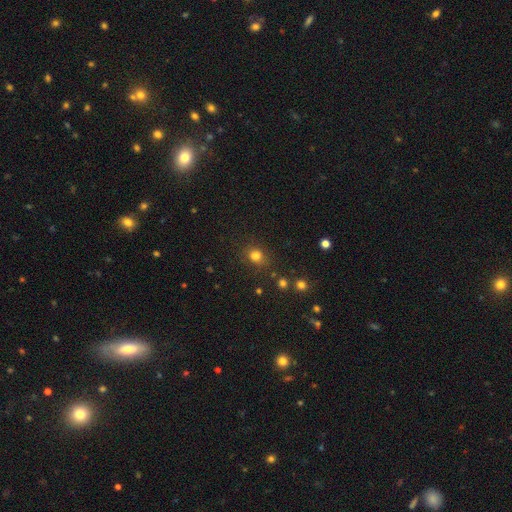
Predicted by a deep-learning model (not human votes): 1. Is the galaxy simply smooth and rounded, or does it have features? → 79% smooth, 15% star or artifact, 5% featured or disk.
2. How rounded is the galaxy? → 71% round, 28% in between, 1% cigar-shaped.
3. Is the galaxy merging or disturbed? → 79% none, 13% minor disturbance, 5% major disturbance, 4% merger.